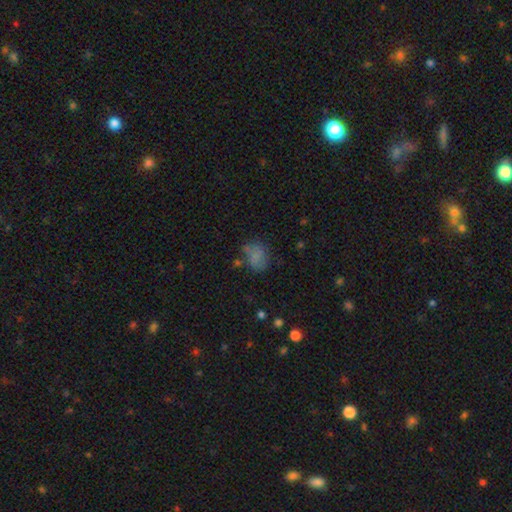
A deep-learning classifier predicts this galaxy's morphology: Smooth or featured: smooth — 71% (featured or disk — 15%)
How rounded: in between — 56% (round — 43%)
Merging: none — 51% (minor disturbance — 25%)